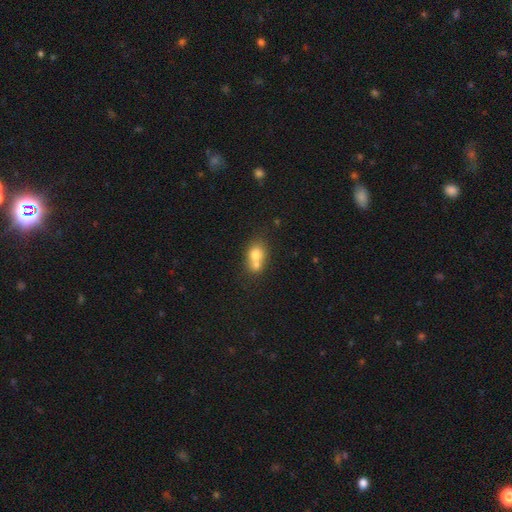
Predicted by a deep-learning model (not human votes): smooth 70%, featured or disk 20%, star or artifact 10%. Down the decision tree: how rounded — in between (51%); merging — merger (59%).